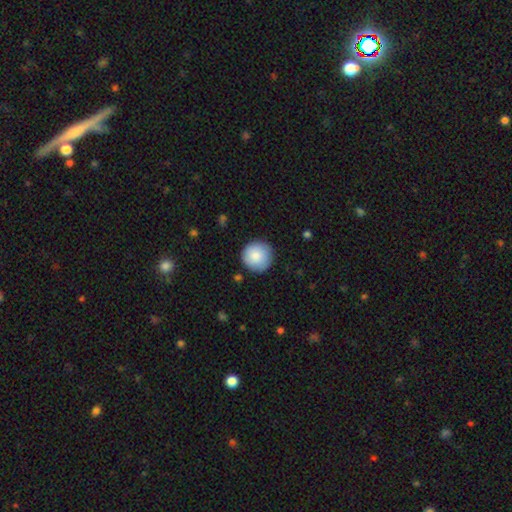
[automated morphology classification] Smooth or featured: smooth — 86% (featured or disk — 7%)
How rounded: round — 96% (in between — 3%)
Merging: none — 89% (minor disturbance — 8%)